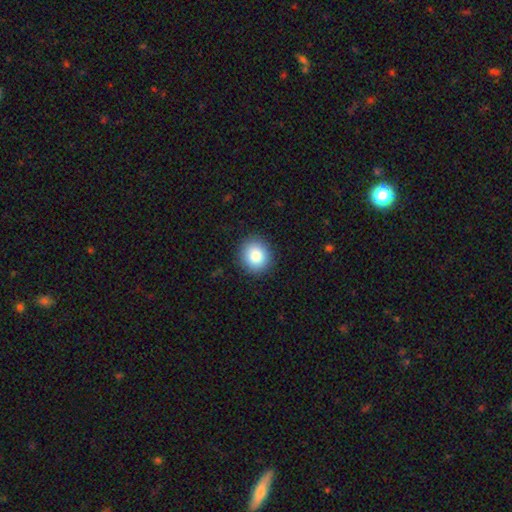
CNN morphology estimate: Smooth or featured? smooth (86%)
How rounded? round (82%)
Merging? none (90%)